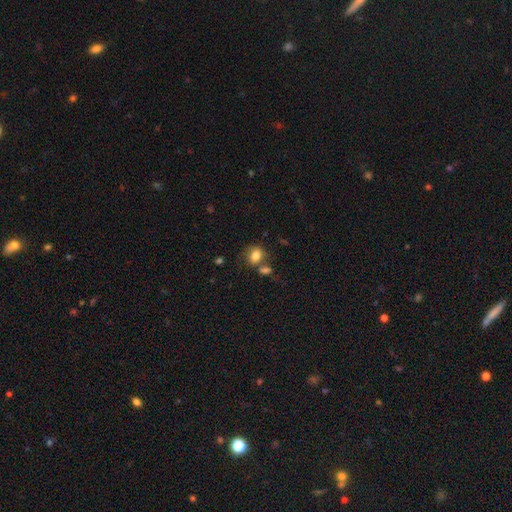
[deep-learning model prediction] Morphology: type=smooth (81%); roundness=in between (58%); merging=none (51%).